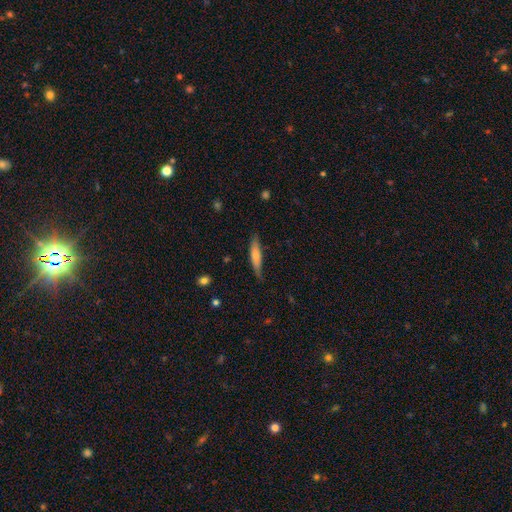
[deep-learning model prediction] This appears to be a smooth galaxy with no disk features (61%) that is cigar-shaped (84%). Merging: none (78%).